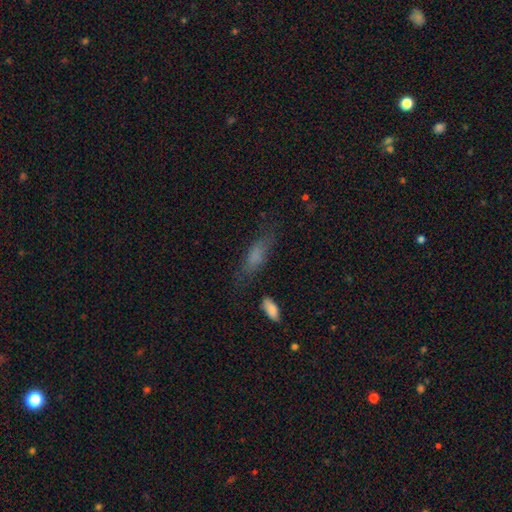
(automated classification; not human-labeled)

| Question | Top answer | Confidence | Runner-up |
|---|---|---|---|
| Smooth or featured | smooth | 68% | featured or disk (20%) |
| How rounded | in between | 50% | cigar-shaped (47%) |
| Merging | none | 59% | minor disturbance (24%) |